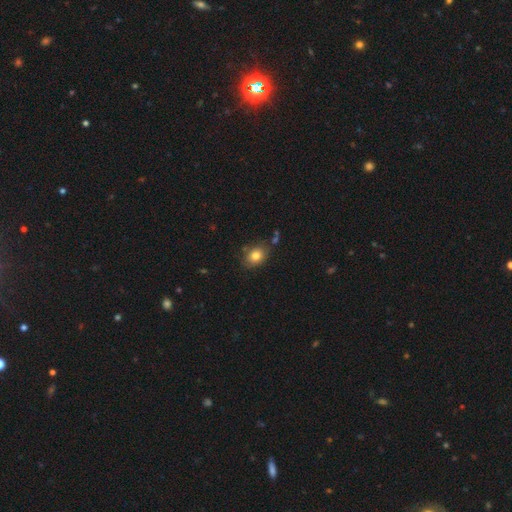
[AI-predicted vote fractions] This is clearly a smooth galaxy (81%). How rounded: likely in between (62%). Merging: likely none (77%).